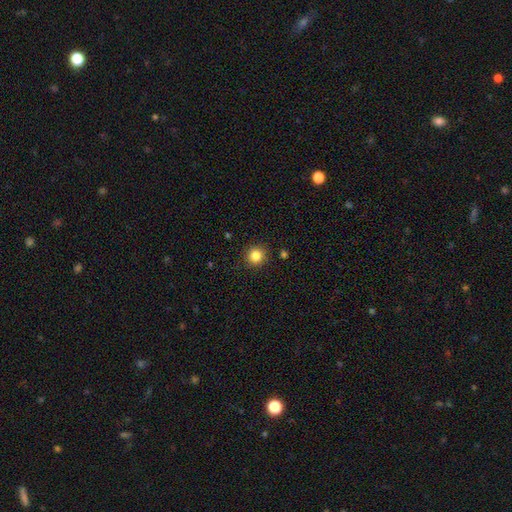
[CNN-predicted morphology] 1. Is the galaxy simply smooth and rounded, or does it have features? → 84% smooth, 11% star or artifact, 5% featured or disk.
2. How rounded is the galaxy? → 93% round, 6% in between, 1% cigar-shaped.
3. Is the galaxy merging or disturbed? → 90% none, 7% minor disturbance, 2% major disturbance, 1% merger.